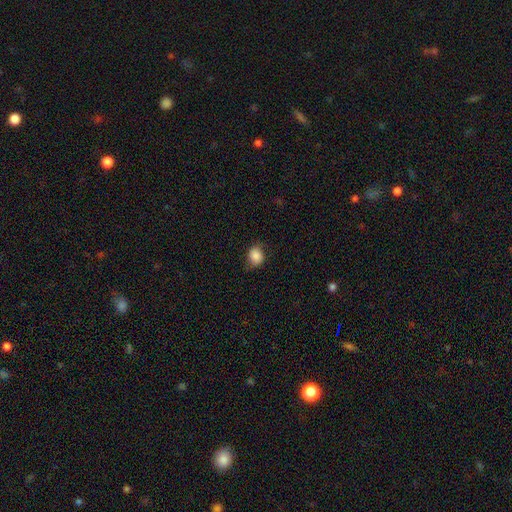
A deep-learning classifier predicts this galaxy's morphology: Smooth or featured? Predicted: smooth (p=0.85). How rounded? Predicted: round (p=0.52). Merging? Predicted: none (p=0.73).